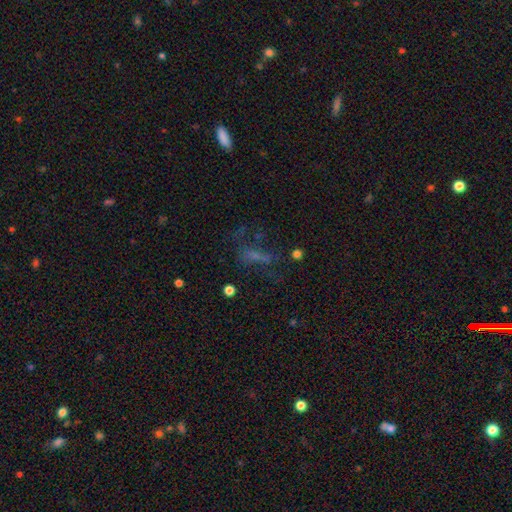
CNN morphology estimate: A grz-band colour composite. It shows a featured or disk galaxy (34%). Merging: none (44%).